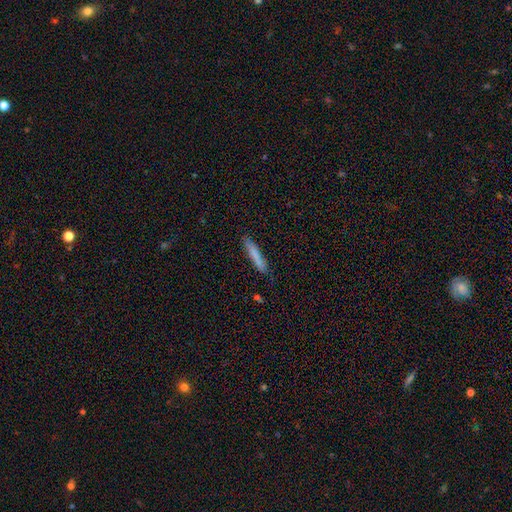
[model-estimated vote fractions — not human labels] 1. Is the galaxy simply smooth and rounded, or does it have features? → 77% smooth, 17% featured or disk, 6% star or artifact.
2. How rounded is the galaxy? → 94% cigar-shaped, 5% in between, 1% round.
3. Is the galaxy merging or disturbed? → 86% none, 11% minor disturbance, 2% major disturbance, 2% merger.